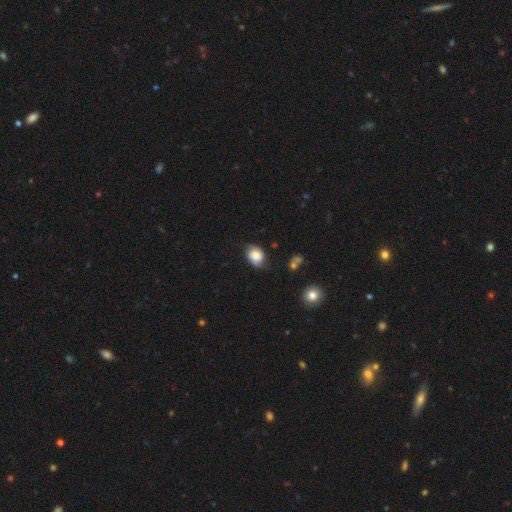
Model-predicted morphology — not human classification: type=smooth (65%); roundness=in between (67%); merging=none (62%).